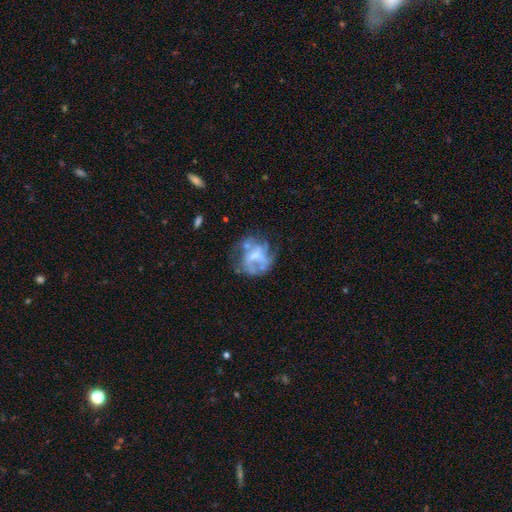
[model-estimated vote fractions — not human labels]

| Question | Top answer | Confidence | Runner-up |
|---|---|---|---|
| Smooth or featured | featured or disk | 63% | smooth (27%) |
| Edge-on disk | no | 98% | yes (2%) |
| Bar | no | 59% | weak (32%) |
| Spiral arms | no | 55% | yes (45%) |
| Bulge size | none | 40% | small (27%) |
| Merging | none | 44% | major disturbance (28%) |